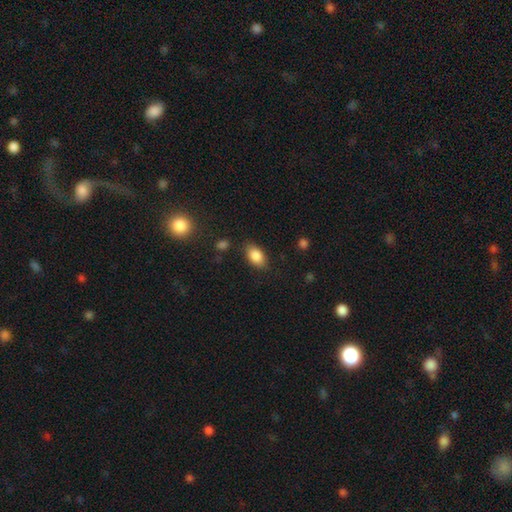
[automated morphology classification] smooth-or-featured: smooth: 85% | star or artifact: 8% | featured or disk: 7%
  how-rounded: in between: 90% | round: 7% | cigar-shaped: 3%
  merging: none: 81% | minor disturbance: 13% | major disturbance: 4% | merger: 2%